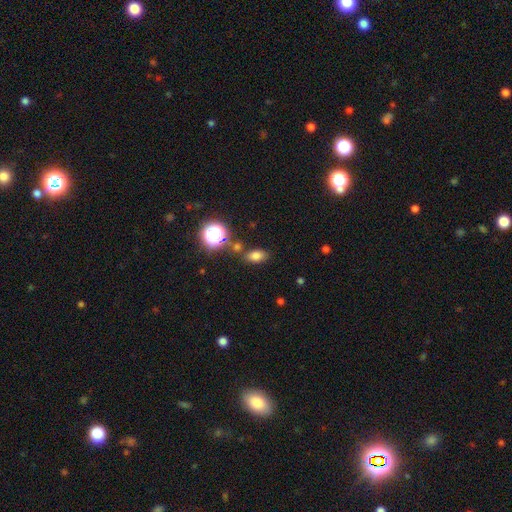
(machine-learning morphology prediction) This appears to be a smooth galaxy with no disk features (75%) that is in between round and cigar-shaped (81%). Merging: none (77%).